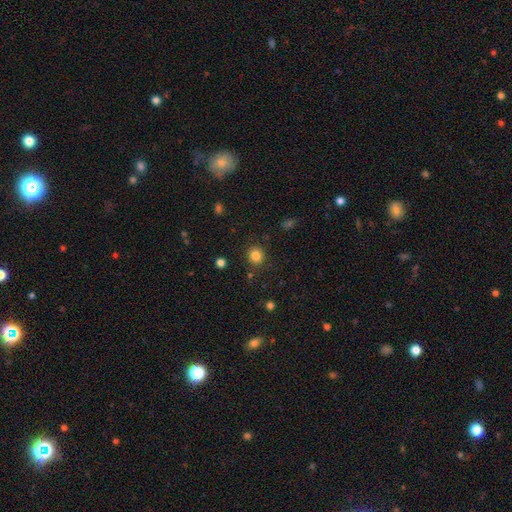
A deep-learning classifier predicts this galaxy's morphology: Overall: smooth (83%). How rounded: round (88%). Merging: none (88%).